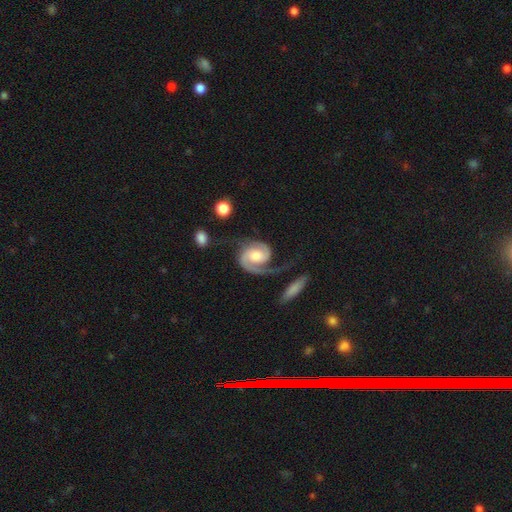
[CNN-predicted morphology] smooth-or-featured: featured or disk: 90% | smooth: 6% | star or artifact: 4%
  disk-edge-on: no: 98% | yes: 2%
    bar: no: 55% | weak: 34% | strong: 11%
    has-spiral-arms: yes: 98% | no: 2%
      spiral-winding: medium: 50% | tight: 33% | loose: 18%
      spiral-arm-count: 2: 79% | 1: 16% | can't tell: 2% | 3: 1% | 4: 1% | more than 4: 1%
    bulge-size: moderate: 58% | small: 19% | large: 16% | none: 4% | dominant: 2%
  merging: none: 57% | major disturbance: 19% | minor disturbance: 18% | merger: 6%